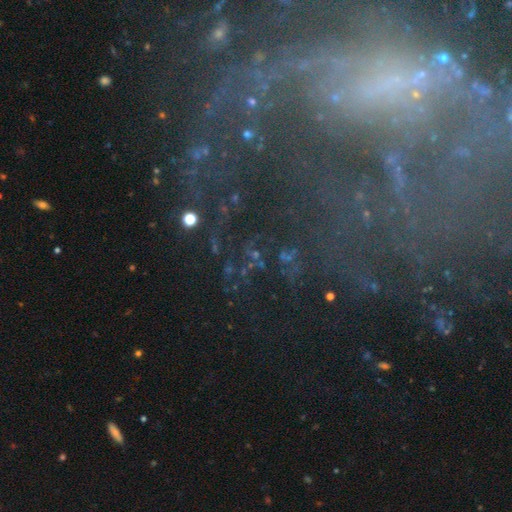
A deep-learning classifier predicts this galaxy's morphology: smooth-or-featured: featured or disk: 63% | star or artifact: 24% | smooth: 13%
  disk-edge-on: no: 91% | yes: 9%
    bar: no: 39% | weak: 31% | strong: 31%
    has-spiral-arms: yes: 80% | no: 20%
    bulge-size: small: 47% | moderate: 26% | none: 15% | large: 8% | dominant: 4%
  merging: none: 65% | major disturbance: 16% | minor disturbance: 14% | merger: 5%